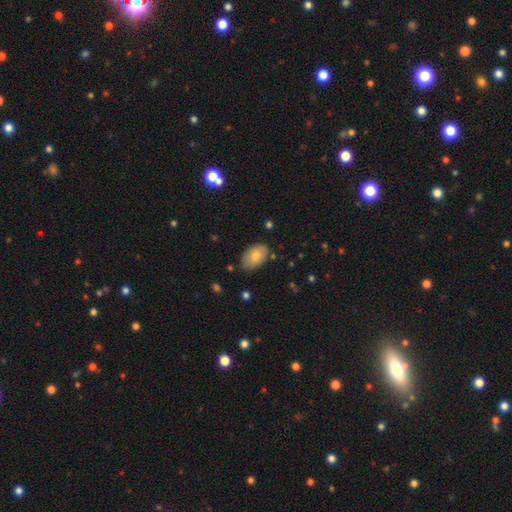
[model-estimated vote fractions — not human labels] The model was most divided on "merging": none: 75%, minor disturbance: 20%, major disturbance: 3%, merger: 2%. More confident: how rounded — in between (93%); smooth or featured — smooth (75%).